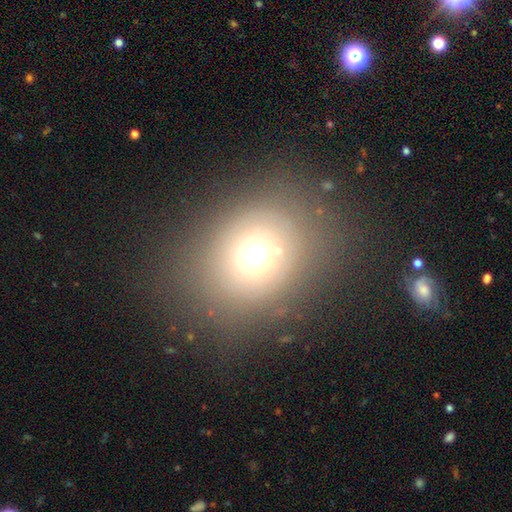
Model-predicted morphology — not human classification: The model was most divided on "how rounded": round: 60%, in between: 38%, cigar-shaped: 1%. More confident: merging — none (78%); smooth or featured — smooth (64%).